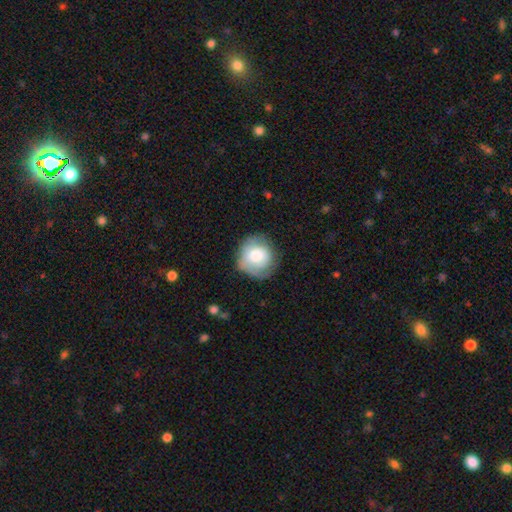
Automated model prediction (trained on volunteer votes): Smooth or featured: smooth — 67% (featured or disk — 25%)
How rounded: round — 88% (in between — 11%)
Merging: none — 65% (minor disturbance — 25%)